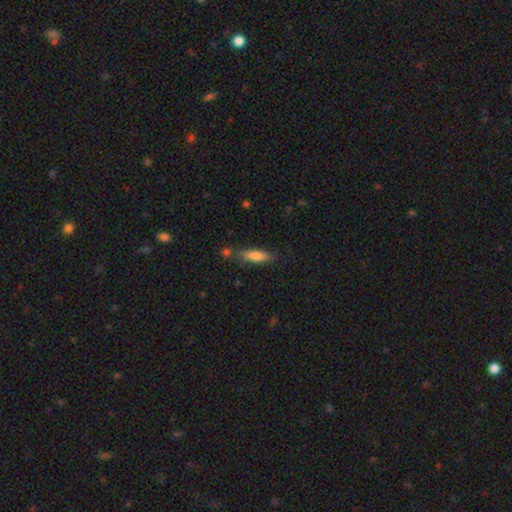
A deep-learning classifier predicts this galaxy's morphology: Smooth or featured?
  - smooth: 73% *
  - featured or disk: 20%
  - star or artifact: 7%
How rounded?
  - cigar-shaped: 65% *
  - in between: 33%
  - round: 2%
Merging?
  - none: 74% *
  - minor disturbance: 15%
  - merger: 7%
  - major disturbance: 4%